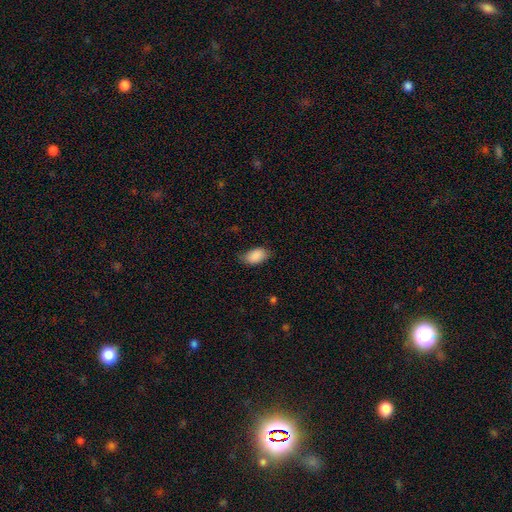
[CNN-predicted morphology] Smooth or featured?
  - smooth: 89% *
  - star or artifact: 7%
  - featured or disk: 4%
How rounded?
  - in between: 92% *
  - round: 6%
  - cigar-shaped: 2%
Merging?
  - none: 76% *
  - minor disturbance: 19%
  - major disturbance: 4%
  - merger: 1%